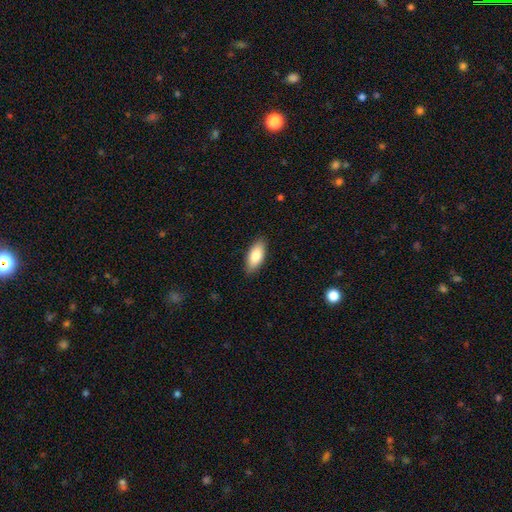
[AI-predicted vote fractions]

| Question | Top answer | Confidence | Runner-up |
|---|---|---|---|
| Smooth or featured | smooth | 82% | featured or disk (12%) |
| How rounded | in between | 86% | cigar-shaped (12%) |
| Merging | none | 87% | minor disturbance (10%) |